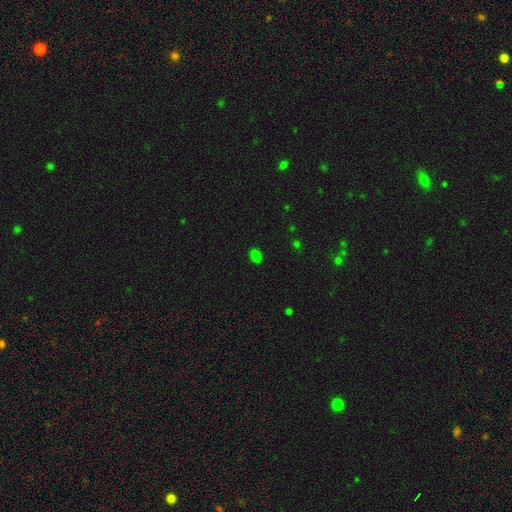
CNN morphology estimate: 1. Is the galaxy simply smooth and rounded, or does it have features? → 76% smooth, 20% star or artifact, 3% featured or disk.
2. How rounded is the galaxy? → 83% in between, 16% round, 2% cigar-shaped.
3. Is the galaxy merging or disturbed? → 86% none, 10% minor disturbance, 3% major disturbance, 1% merger.